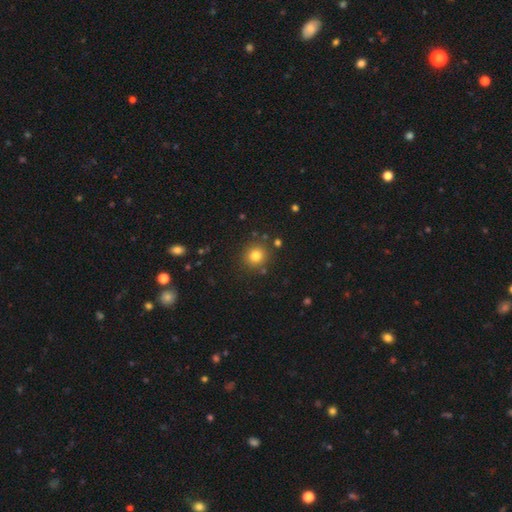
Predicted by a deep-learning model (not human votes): Smooth or featured? Predicted: smooth (p=0.79). How rounded? Predicted: round (p=0.90). Merging? Predicted: none (p=0.87).